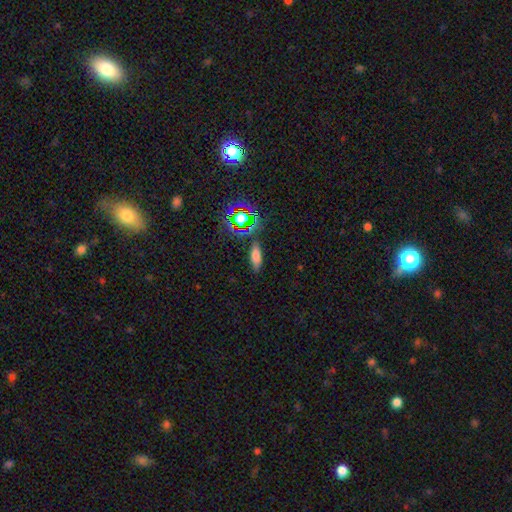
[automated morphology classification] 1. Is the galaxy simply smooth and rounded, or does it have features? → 69% smooth, 20% star or artifact, 11% featured or disk.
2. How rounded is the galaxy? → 61% in between, 34% cigar-shaped, 5% round.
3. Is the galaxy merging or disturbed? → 81% none, 12% minor disturbance, 4% major disturbance, 3% merger.